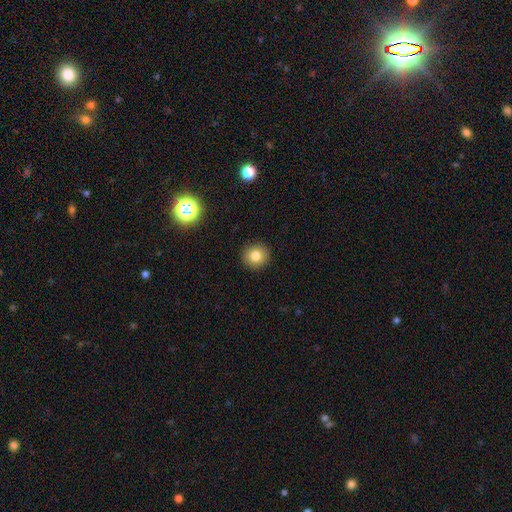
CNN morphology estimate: This is likely a smooth galaxy (80%). How rounded: clearly round (89%). Merging: clearly none (92%).